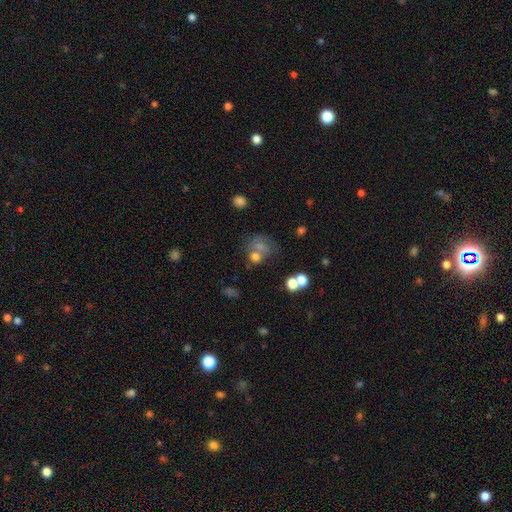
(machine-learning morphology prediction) This appears to be a smooth galaxy with no disk features (55%) that is round (63%). Merging: none (36%).